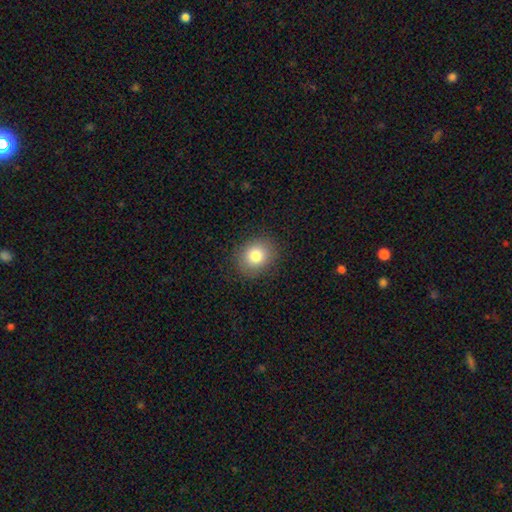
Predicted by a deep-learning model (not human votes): A smooth galaxy with no disk features (82%) that is round (64%).

Vote fractions:
- Smooth or featured? smooth: 82% / star or artifact: 10% / featured or disk: 9%
- How rounded? round: 64% / in between: 35% / cigar-shaped: 1%
- Merging? none: 87% / minor disturbance: 9% / major disturbance: 3% / merger: 1%